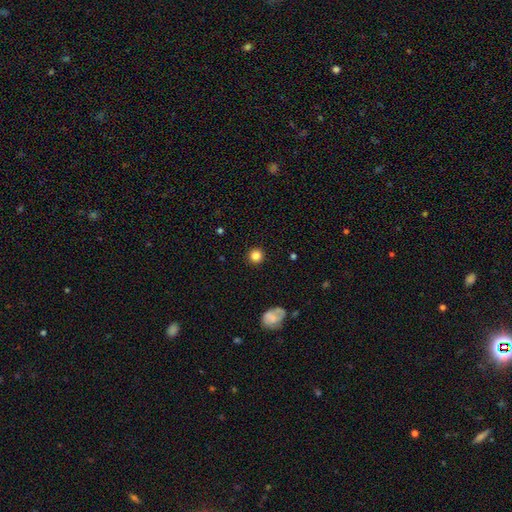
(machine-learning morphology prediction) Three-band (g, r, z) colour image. It shows a smooth galaxy with no disk features (83%) that is round (94%). Merging: none (91%).